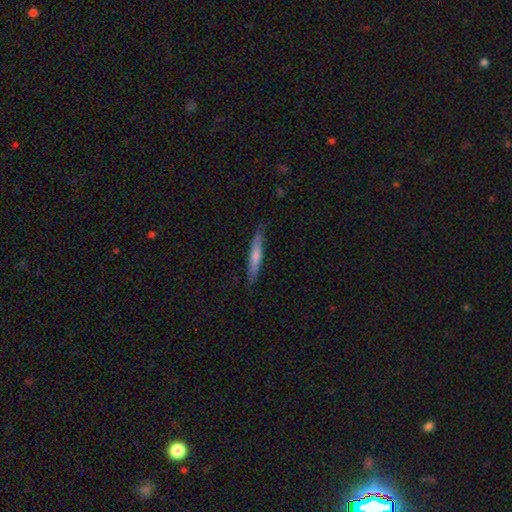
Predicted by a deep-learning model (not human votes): smooth-or-featured: featured or disk: 56% | smooth: 37% | star or artifact: 7%
  disk-edge-on: yes: 95% | no: 5%
    edge-on-bulge: rounded: 60% | none: 32% | boxy: 8%
  merging: none: 88% | minor disturbance: 10% | major disturbance: 2% | merger: 1%